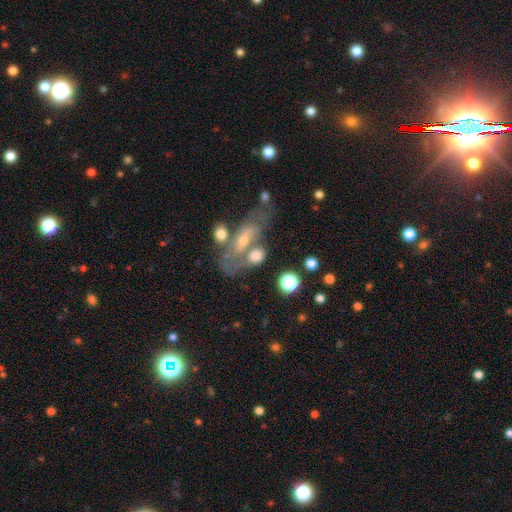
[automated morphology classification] smooth 53%, featured or disk 36%, star or artifact 11%. Down the decision tree: how rounded — in between (73%); merging — merger (39%).